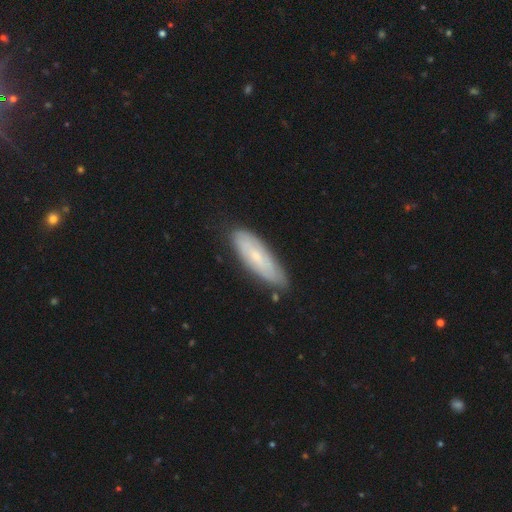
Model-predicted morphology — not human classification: Smooth or featured? smooth (56%)
How rounded? cigar-shaped (52%)
Merging? none (79%)